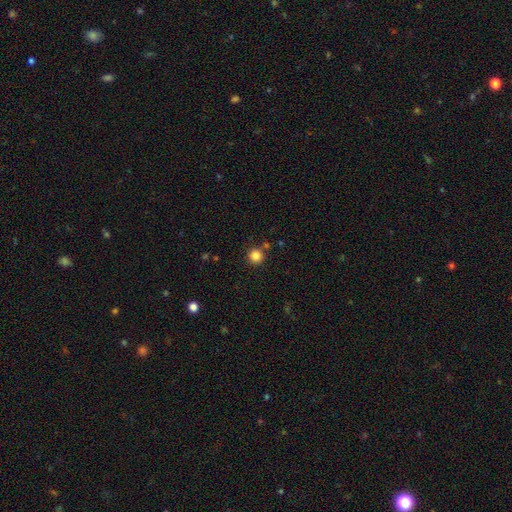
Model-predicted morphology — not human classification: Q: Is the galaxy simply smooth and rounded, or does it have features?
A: smooth — 84%.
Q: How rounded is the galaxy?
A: round — 95%.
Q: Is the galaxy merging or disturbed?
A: none — 85%.